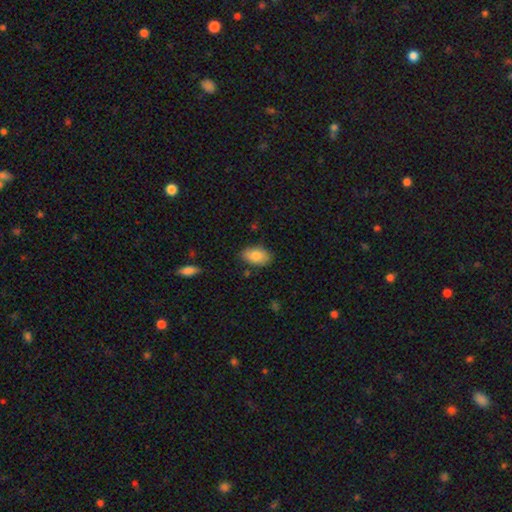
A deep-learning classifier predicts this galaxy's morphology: Q: Smooth or featured?
A: smooth (84%); runner-up: featured or disk (9%)
Q: How rounded?
A: in between (92%); runner-up: round (6%)
Q: Merging?
A: none (82%); runner-up: minor disturbance (14%)